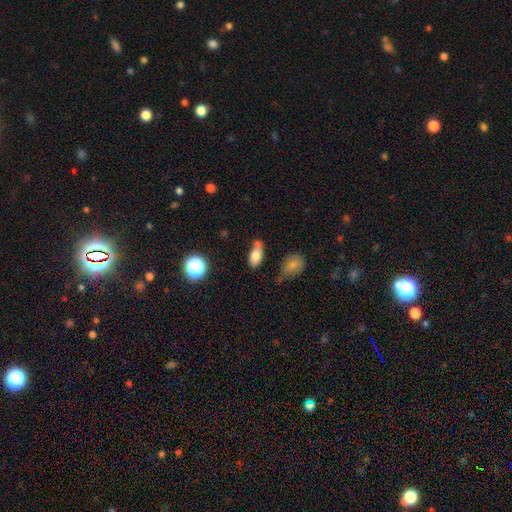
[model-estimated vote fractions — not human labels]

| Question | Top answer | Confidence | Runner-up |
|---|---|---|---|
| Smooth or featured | smooth | 76% | featured or disk (14%) |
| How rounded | in between | 86% | round (7%) |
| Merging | none | 48% | minor disturbance (29%) |